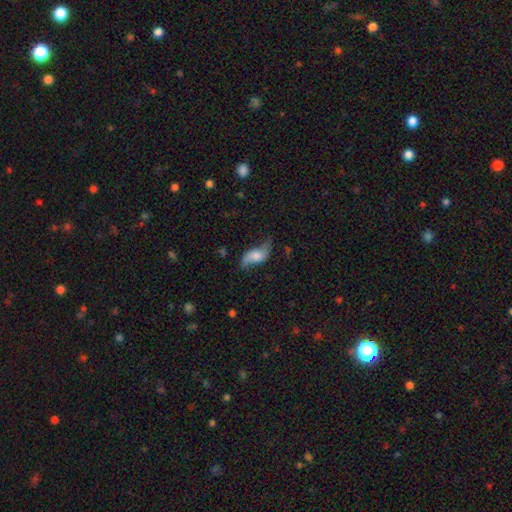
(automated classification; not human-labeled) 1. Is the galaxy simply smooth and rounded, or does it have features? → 55% featured or disk, 36% smooth, 8% star or artifact.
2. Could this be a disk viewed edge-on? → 90% no, 10% yes.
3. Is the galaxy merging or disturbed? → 57% none, 26% minor disturbance, 14% major disturbance, 2% merger.